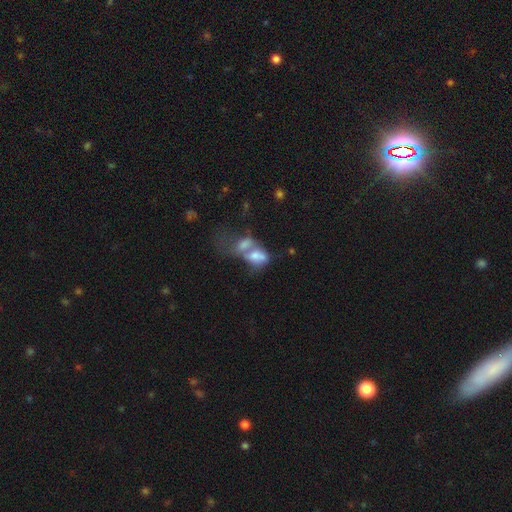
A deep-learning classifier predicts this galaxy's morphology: Q: Smooth or featured?
A: smooth (58%); runner-up: featured or disk (32%)
Q: How rounded?
A: in between (83%); runner-up: round (14%)
Q: Merging?
A: merger (74%); runner-up: major disturbance (11%)